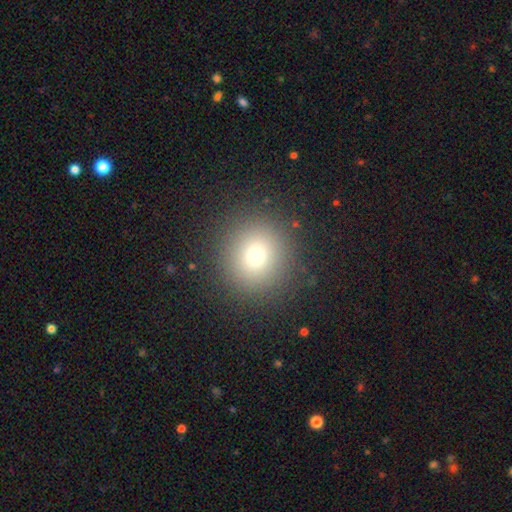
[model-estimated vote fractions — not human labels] smooth-or-featured: smooth: 74% | star or artifact: 17% | featured or disk: 9%
  how-rounded: round: 91% | in between: 8% | cigar-shaped: 1%
  merging: none: 91% | minor disturbance: 5% | major disturbance: 2% | merger: 1%